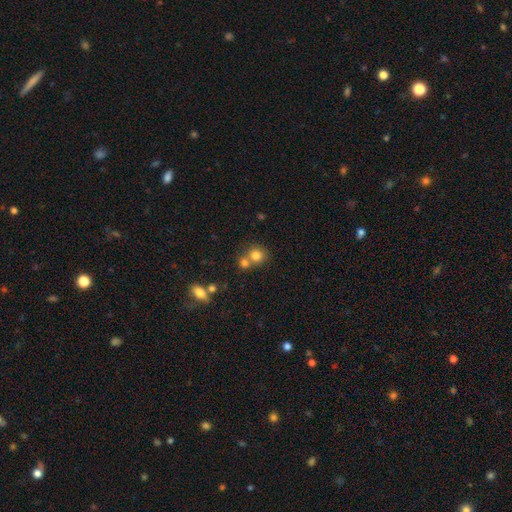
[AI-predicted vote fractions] Smooth or featured? Predicted: smooth (p=0.79). How rounded? Predicted: round (p=0.84). Merging? Predicted: none (p=0.48).